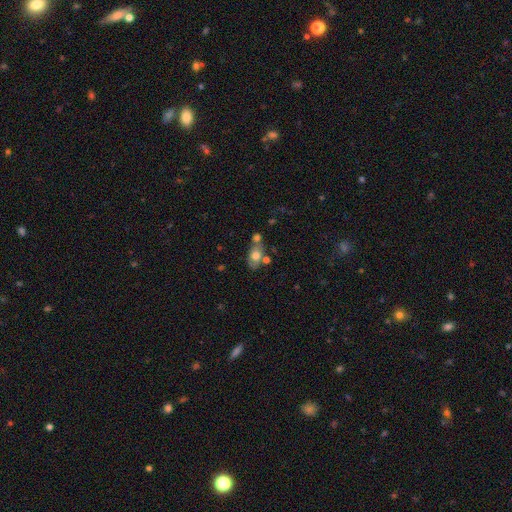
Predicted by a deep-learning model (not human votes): smooth 61%, featured or disk 29%, star or artifact 9%. Down the decision tree: how rounded — in between (80%); merging — none (44%).